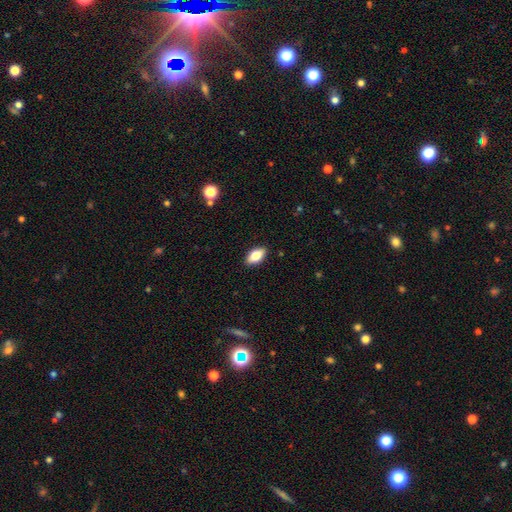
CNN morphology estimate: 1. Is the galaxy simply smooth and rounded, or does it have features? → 77% smooth, 16% featured or disk, 7% star or artifact.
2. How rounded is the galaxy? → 90% in between, 7% cigar-shaped, 4% round.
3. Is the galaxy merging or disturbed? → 89% none, 8% minor disturbance, 2% major disturbance, 1% merger.